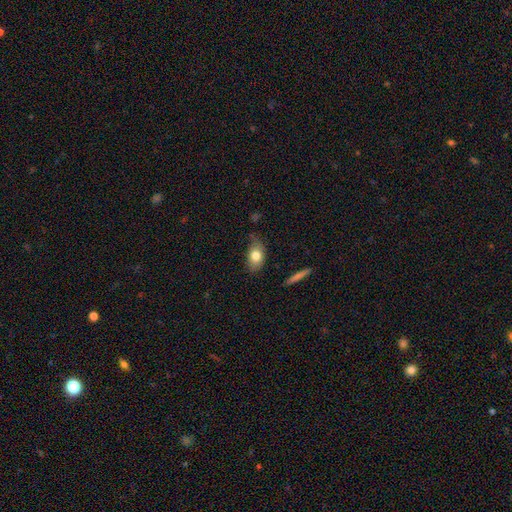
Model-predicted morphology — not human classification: The model was most divided on "merging": none: 64%, minor disturbance: 27%, major disturbance: 6%, merger: 3%. More confident: how rounded — in between (85%); smooth or featured — smooth (77%).